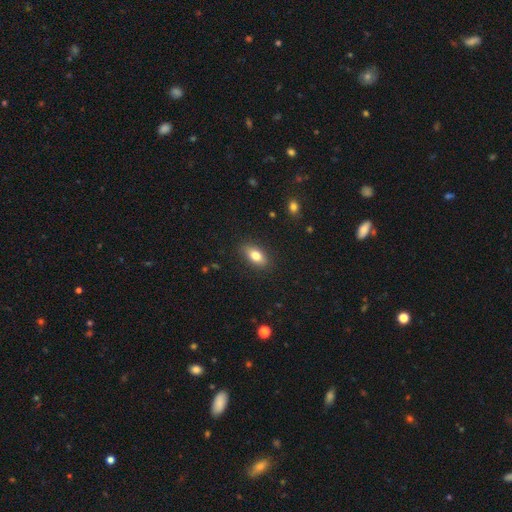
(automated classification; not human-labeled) Smooth or featured? smooth (80%)
How rounded? in between (86%)
Merging? none (87%)